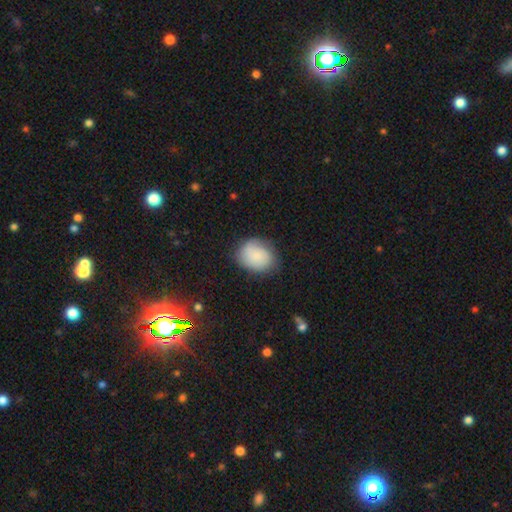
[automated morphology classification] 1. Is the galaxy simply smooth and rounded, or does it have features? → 78% smooth, 14% featured or disk, 8% star or artifact.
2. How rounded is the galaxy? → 52% round, 47% in between, 1% cigar-shaped.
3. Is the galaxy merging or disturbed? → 70% none, 22% minor disturbance, 7% major disturbance, 2% merger.